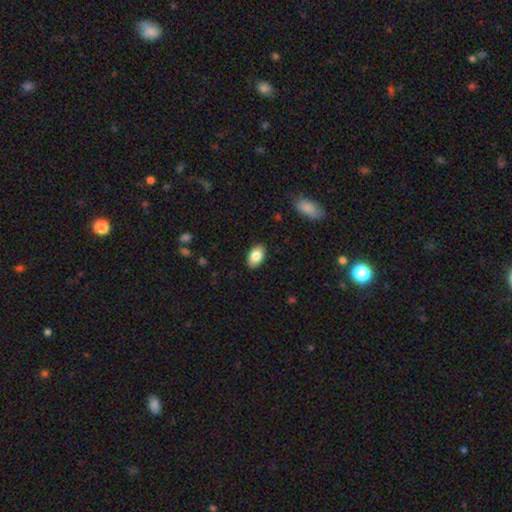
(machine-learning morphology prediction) A smooth galaxy with no disk features (85%) that is in between round and cigar-shaped (92%).

Vote fractions:
- Smooth or featured? smooth: 85% / featured or disk: 8% / star or artifact: 7%
- How rounded? in between: 92% / round: 7% / cigar-shaped: 1%
- Merging? none: 89% / minor disturbance: 8% / major disturbance: 2% / merger: 1%